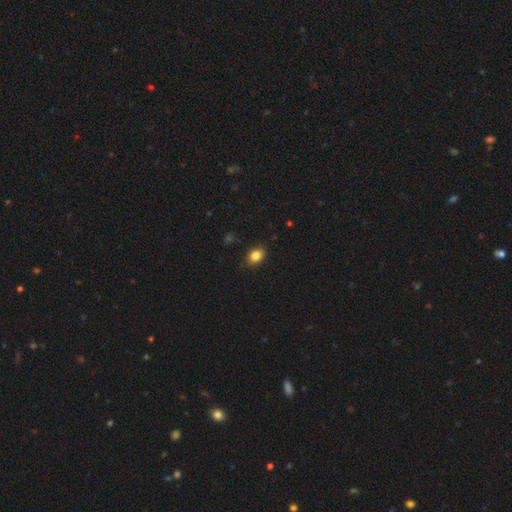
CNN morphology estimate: This appears to be a smooth galaxy with no disk features (85%) that is in between round and cigar-shaped (72%). Merging: none (86%).